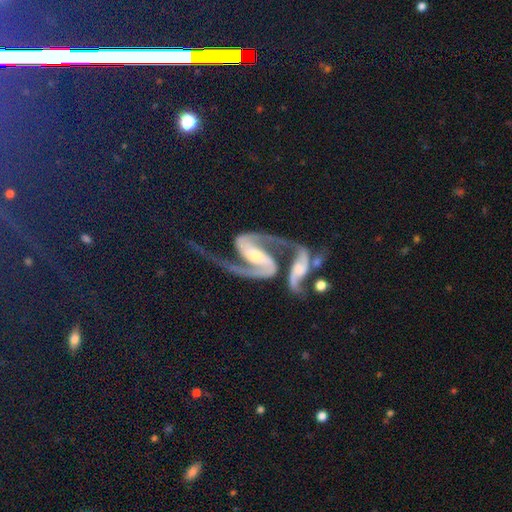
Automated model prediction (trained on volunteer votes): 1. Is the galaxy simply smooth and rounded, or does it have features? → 92% featured or disk, 4% star or artifact, 3% smooth.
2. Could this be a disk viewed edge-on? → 97% no, 3% yes.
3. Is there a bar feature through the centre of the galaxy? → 53% strong, 29% weak, 18% no.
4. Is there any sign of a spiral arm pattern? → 98% yes, 2% no.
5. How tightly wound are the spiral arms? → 49% medium, 37% loose, 14% tight.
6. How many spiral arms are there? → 92% 2, 2% 1, 2% can't tell, 1% 3, 1% 4, 1% more than 4.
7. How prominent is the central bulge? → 46% moderate, 40% small, 7% large, 5% none, 2% dominant.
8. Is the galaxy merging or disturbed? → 37% merger, 33% none, 18% major disturbance, 13% minor disturbance.